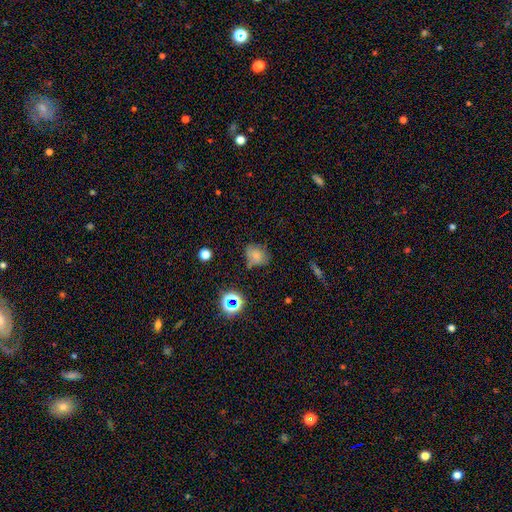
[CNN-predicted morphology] type=smooth (69%); roundness=in between (52%); merging=none (51%).